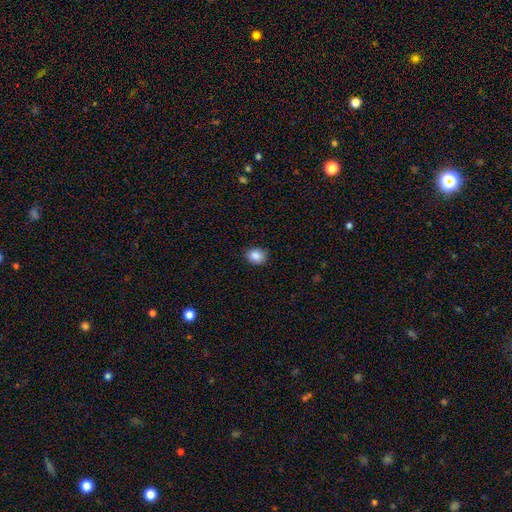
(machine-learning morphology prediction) Smooth or featured?
  - smooth: 88% *
  - star or artifact: 9%
  - featured or disk: 4%
How rounded?
  - round: 54% *
  - in between: 45%
  - cigar-shaped: 1%
Merging?
  - none: 88% *
  - minor disturbance: 9%
  - major disturbance: 2%
  - merger: 1%